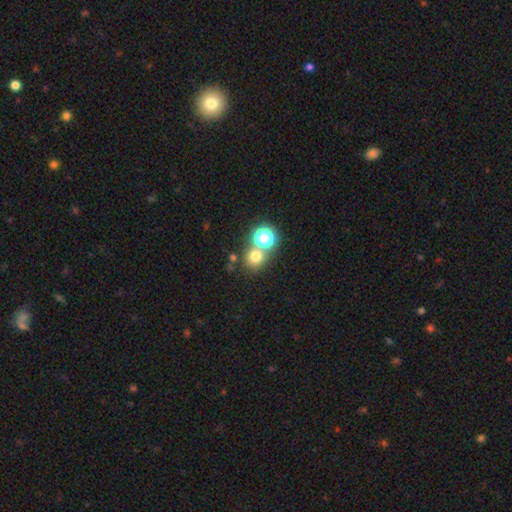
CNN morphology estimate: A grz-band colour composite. It shows a smooth galaxy with no disk features (70%) that is round (85%). Merging: none (62%).